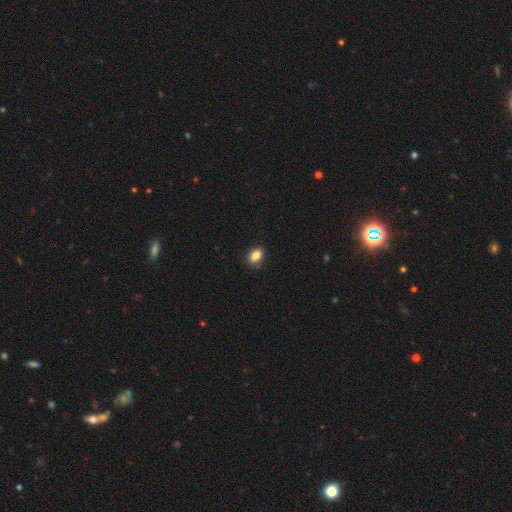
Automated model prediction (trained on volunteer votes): smooth_or_featured: smooth (p=0.84) [alt: star or artifact p=0.10]
how_rounded: in between (p=0.75) [alt: round p=0.24]
merging: none (p=0.84) [alt: minor disturbance p=0.12]